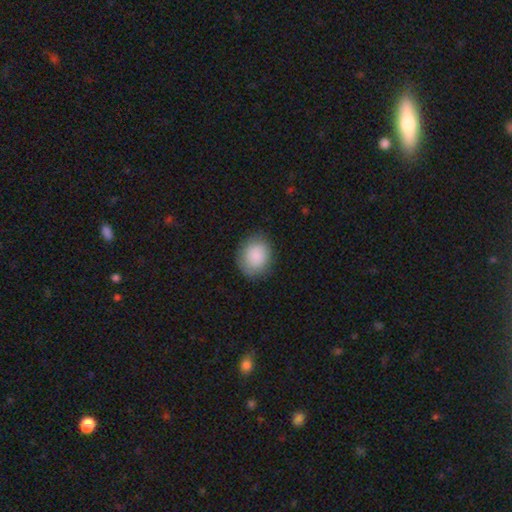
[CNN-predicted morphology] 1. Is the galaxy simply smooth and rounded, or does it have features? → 88% smooth, 7% star or artifact, 5% featured or disk.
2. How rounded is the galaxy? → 61% round, 39% in between, 1% cigar-shaped.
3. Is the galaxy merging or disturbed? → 82% none, 13% minor disturbance, 3% major disturbance, 1% merger.